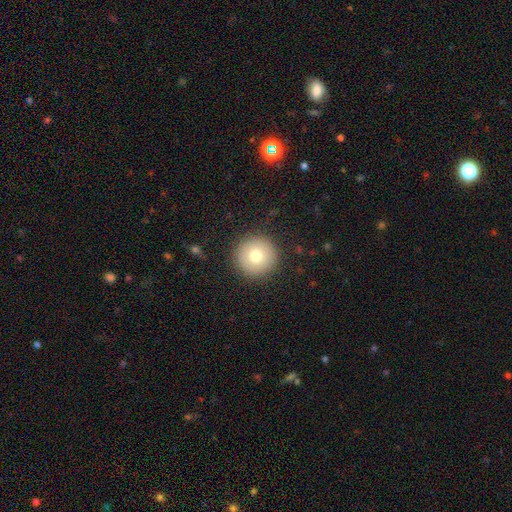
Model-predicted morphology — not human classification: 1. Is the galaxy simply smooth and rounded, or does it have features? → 75% smooth, 15% featured or disk, 10% star or artifact.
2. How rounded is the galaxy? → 97% round, 2% in between, 1% cigar-shaped.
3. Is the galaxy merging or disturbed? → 91% none, 6% minor disturbance, 2% major disturbance, 1% merger.